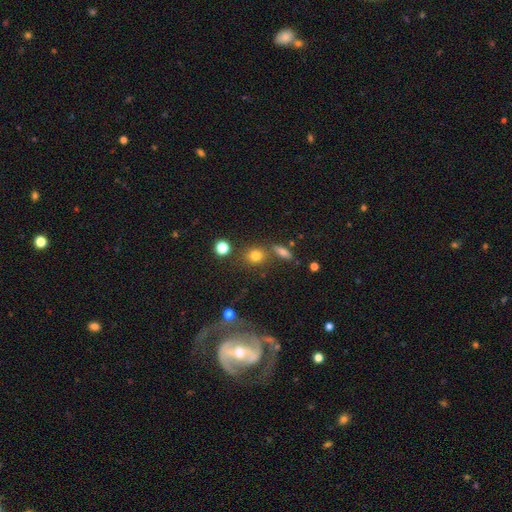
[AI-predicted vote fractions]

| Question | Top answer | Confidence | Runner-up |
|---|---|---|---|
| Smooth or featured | smooth | 78% | star or artifact (13%) |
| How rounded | round | 72% | in between (26%) |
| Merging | none | 72% | merger (13%) |